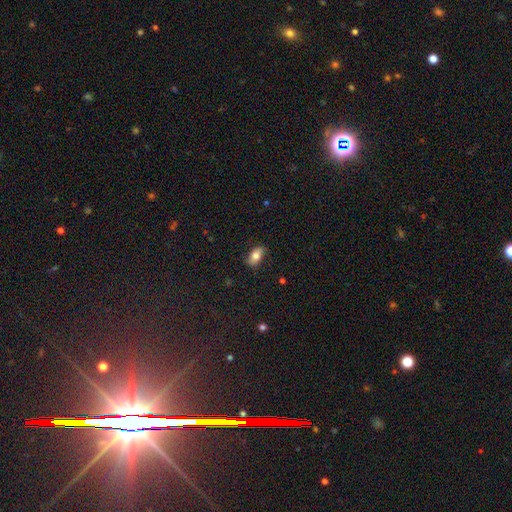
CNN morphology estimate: This is likely a smooth galaxy (76%). How rounded: clearly in between (89%). Merging: likely none (78%).